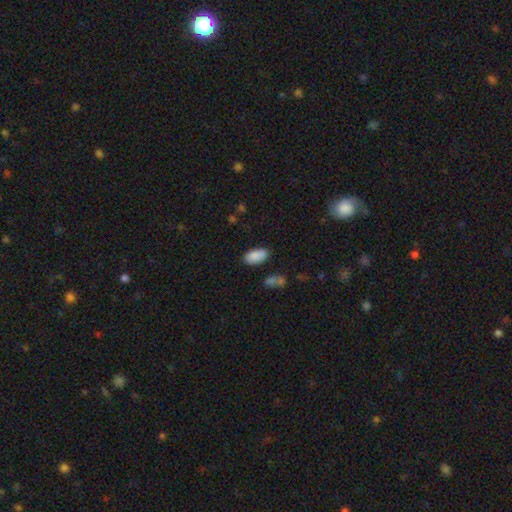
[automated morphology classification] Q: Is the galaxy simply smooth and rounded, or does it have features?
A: smooth — 87%.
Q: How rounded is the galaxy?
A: in between — 93%.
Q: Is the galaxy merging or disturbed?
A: none — 79%.